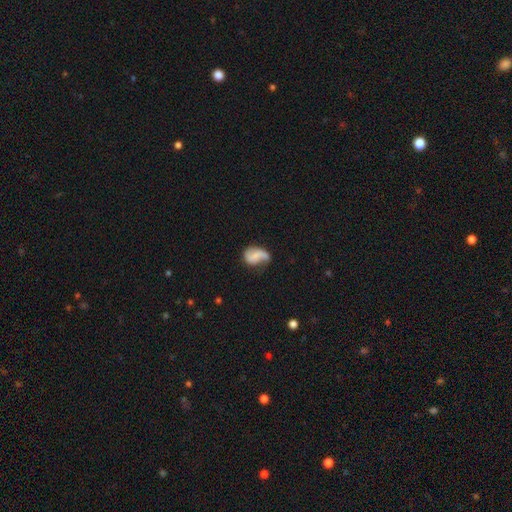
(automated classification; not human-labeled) This is possibly a featured or disk galaxy (58%). It is clearly not viewed edge-on (97%). Bar: possibly no (48%). Spiral arm pattern: clearly yes (88%). Spiral arm count: likely 2 (63%). Spiral winding: possibly loose (60%). Central bulge: possibly none (58%). Merging: marginally none (45%).